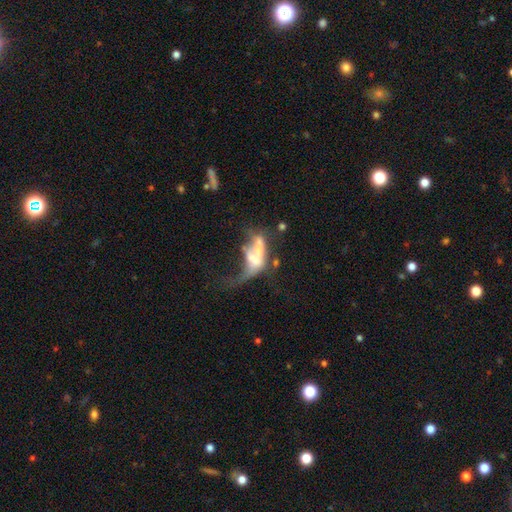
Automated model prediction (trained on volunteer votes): A featured or disk galaxy (52%). Merging: merger (42%).